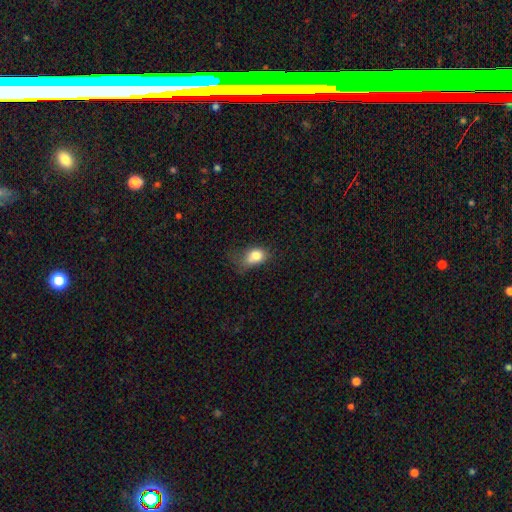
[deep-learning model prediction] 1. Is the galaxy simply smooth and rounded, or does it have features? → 79% smooth, 11% featured or disk, 10% star or artifact.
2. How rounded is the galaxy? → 66% in between, 32% round, 2% cigar-shaped.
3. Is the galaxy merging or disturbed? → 34% minor disturbance, 30% none, 29% major disturbance, 7% merger.